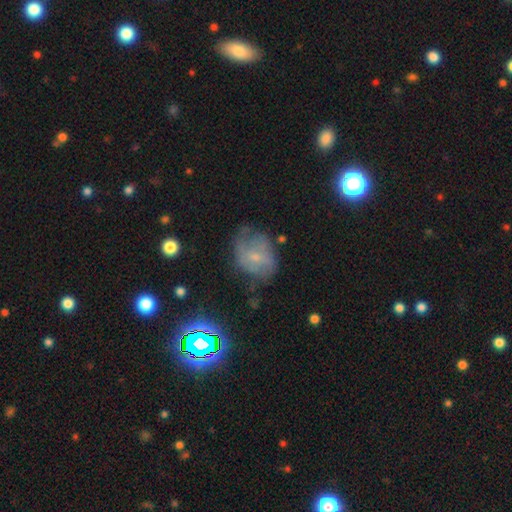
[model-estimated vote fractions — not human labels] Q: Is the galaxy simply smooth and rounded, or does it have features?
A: featured or disk — 49%.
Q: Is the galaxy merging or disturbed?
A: none — 48%.